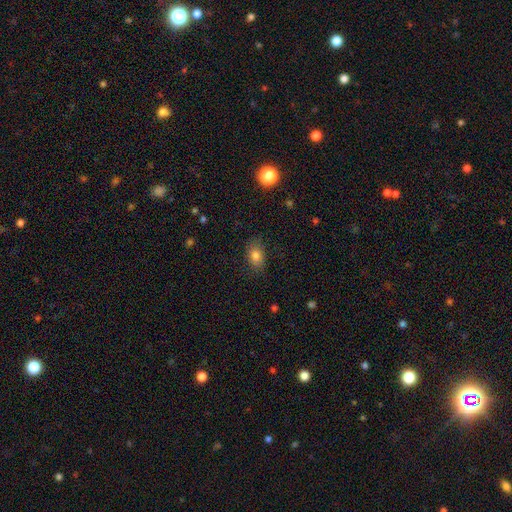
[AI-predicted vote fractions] smooth 80%, star or artifact 11%, featured or disk 10%. Down the decision tree: how rounded — in between (82%); merging — none (80%).